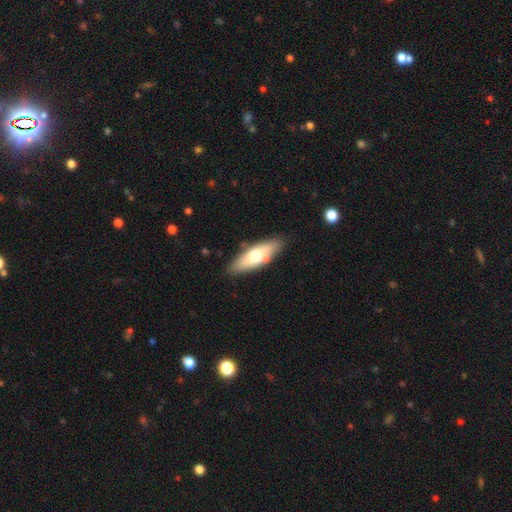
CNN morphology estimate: Q: Smooth or featured?
A: smooth (56%); runner-up: featured or disk (38%)
Q: How rounded?
A: in between (62%); runner-up: cigar-shaped (36%)
Q: Merging?
A: none (82%); runner-up: minor disturbance (11%)